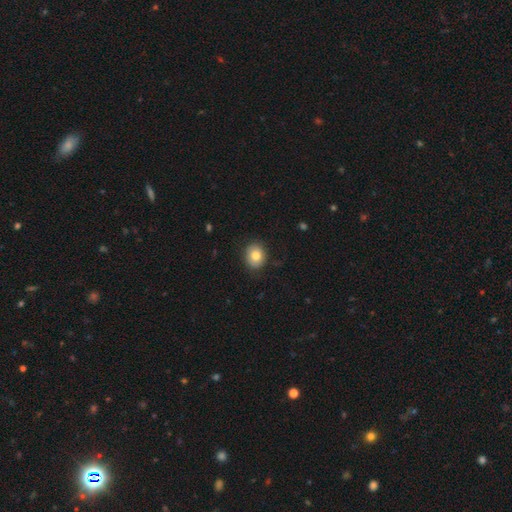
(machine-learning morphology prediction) smooth 81%, featured or disk 10%, star or artifact 9%. Down the decision tree: how rounded — round (65%); merging — none (86%).